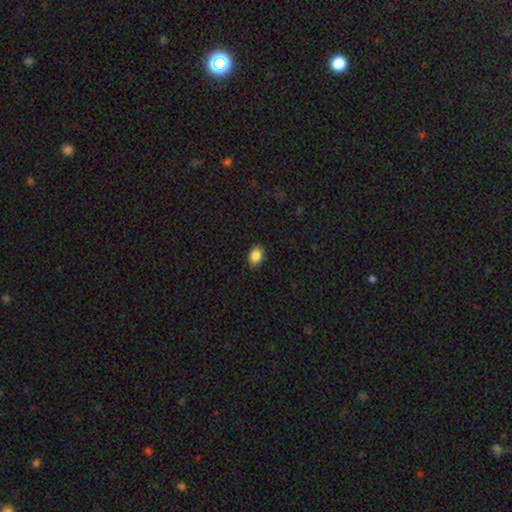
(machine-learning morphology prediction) This is clearly a smooth galaxy (88%). How rounded: likely in between (70%). Merging: clearly none (85%).